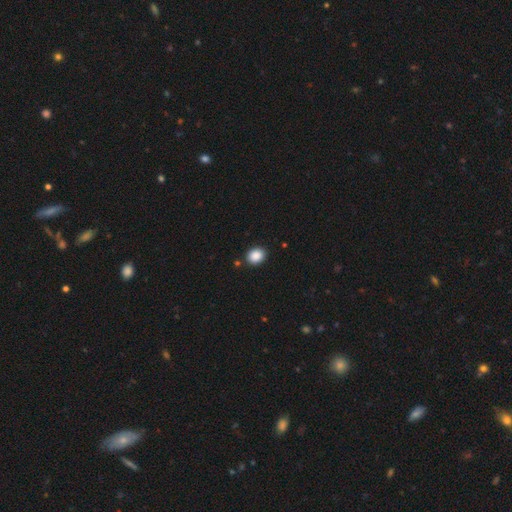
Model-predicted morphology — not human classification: type=smooth (88%); roundness=round (51%); merging=none (87%).